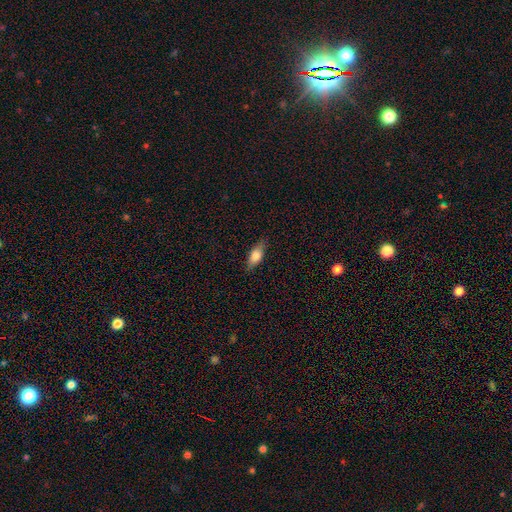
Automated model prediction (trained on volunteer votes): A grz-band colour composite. It shows a smooth galaxy with no disk features (67%) that is in between round and cigar-shaped (68%). Merging: none (83%).